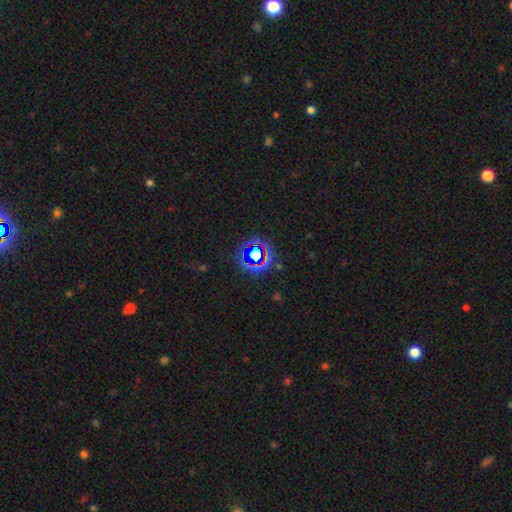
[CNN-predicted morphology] Smooth or featured?
  - star or artifact: 72% *
  - smooth: 17%
  - featured or disk: 11%